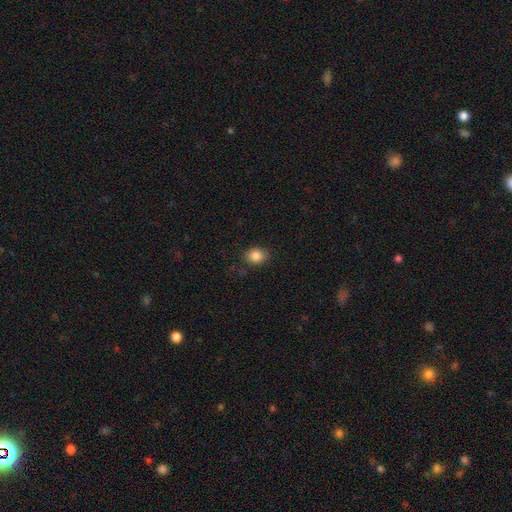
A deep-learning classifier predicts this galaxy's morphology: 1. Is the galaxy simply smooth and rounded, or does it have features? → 86% smooth, 10% star or artifact, 4% featured or disk.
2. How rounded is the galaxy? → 52% round, 47% in between, 1% cigar-shaped.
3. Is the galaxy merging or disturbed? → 84% none, 11% minor disturbance, 3% major disturbance, 1% merger.